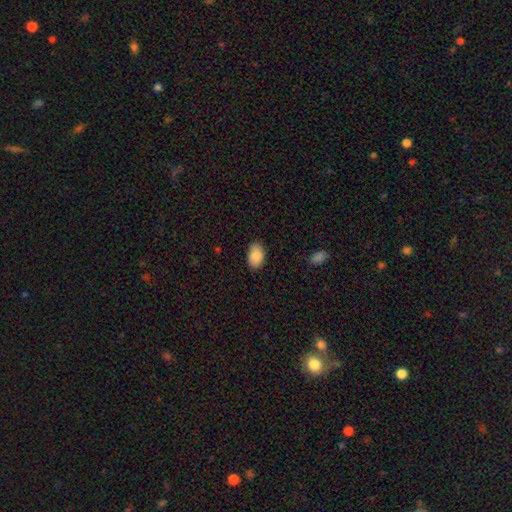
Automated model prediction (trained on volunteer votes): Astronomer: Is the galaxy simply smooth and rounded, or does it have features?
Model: smooth — 87%.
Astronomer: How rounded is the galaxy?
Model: in between — 90%.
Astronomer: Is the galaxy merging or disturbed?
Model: none — 85%.